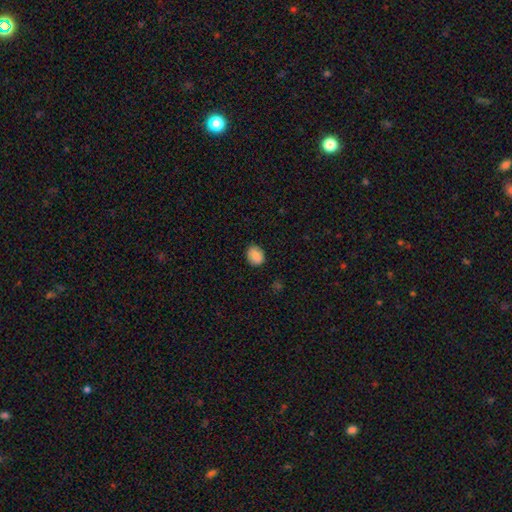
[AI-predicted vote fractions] Morphology: type=smooth (86%); roundness=round (56%); merging=none (87%).